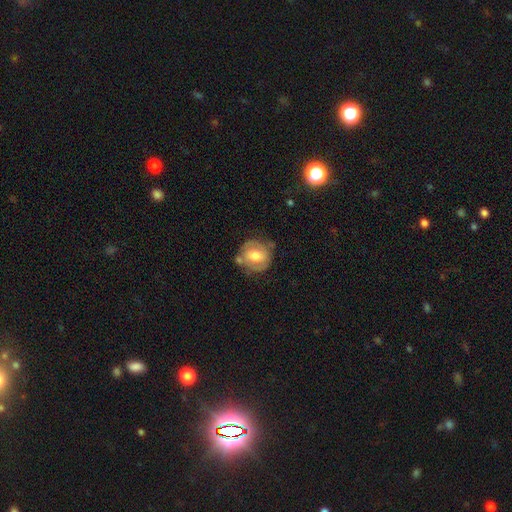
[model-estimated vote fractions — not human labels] smooth_or_featured: featured or disk (p=0.50) [alt: smooth p=0.43]
merging: none (p=0.65) [alt: minor disturbance p=0.21]